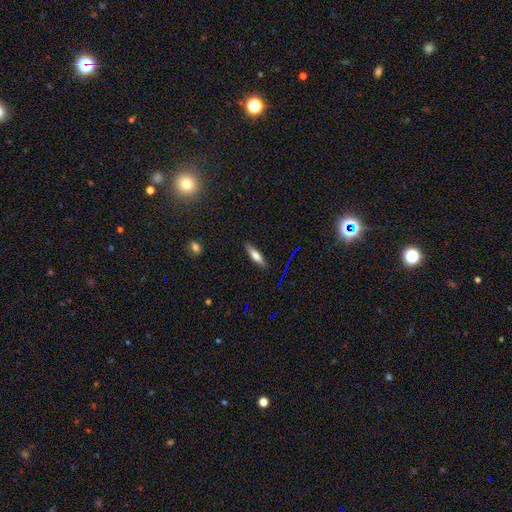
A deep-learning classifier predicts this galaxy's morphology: A smooth galaxy with no disk features (63%) that is cigar-shaped (71%).

Vote fractions:
- Smooth or featured? smooth: 63% / featured or disk: 28% / star or artifact: 9%
- How rounded? cigar-shaped: 71% / in between: 27% / round: 2%
- Merging? none: 86% / minor disturbance: 11% / major disturbance: 2% / merger: 1%